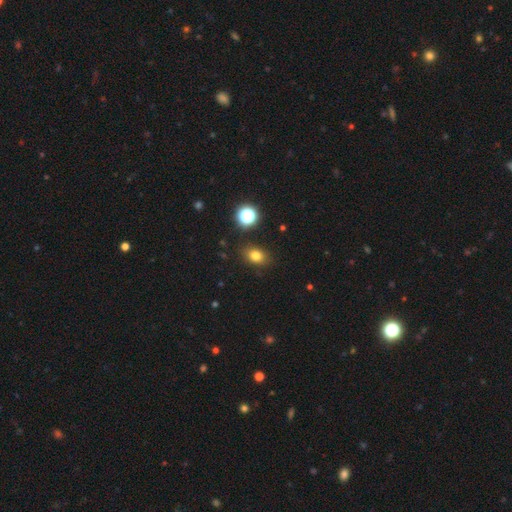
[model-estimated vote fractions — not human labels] Overall: smooth (78%). How rounded: in between (68%; round 30%). Merging: none (86%).